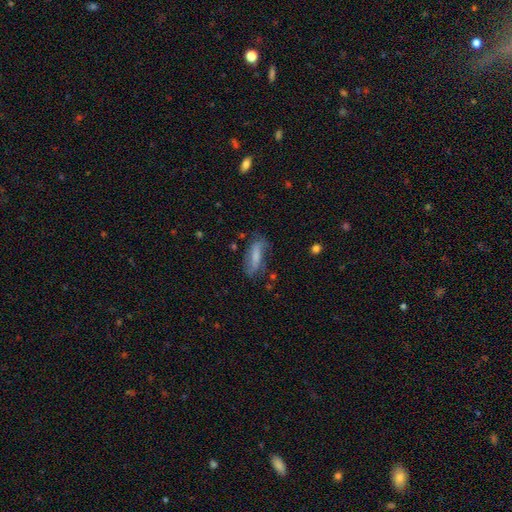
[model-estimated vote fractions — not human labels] This appears to be a smooth galaxy with no disk features (53%) that is in between round and cigar-shaped (55%). Merging: none (60%).